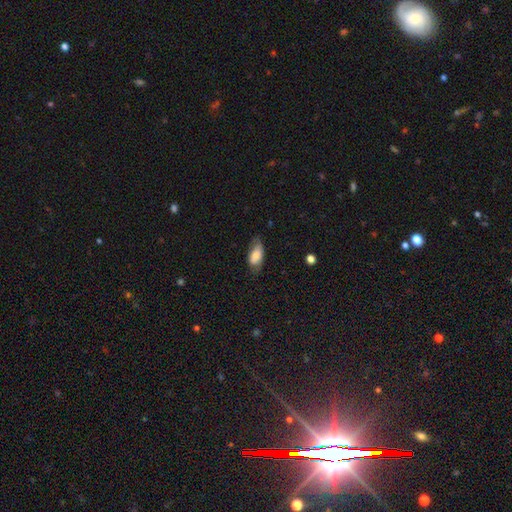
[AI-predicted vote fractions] A smooth galaxy with no disk features (73%) that is in between round and cigar-shaped (89%).

Vote fractions:
- Smooth or featured? smooth: 73% / featured or disk: 20% / star or artifact: 7%
- How rounded? in between: 89% / cigar-shaped: 8% / round: 3%
- Merging? none: 62% / minor disturbance: 28% / major disturbance: 9% / merger: 1%